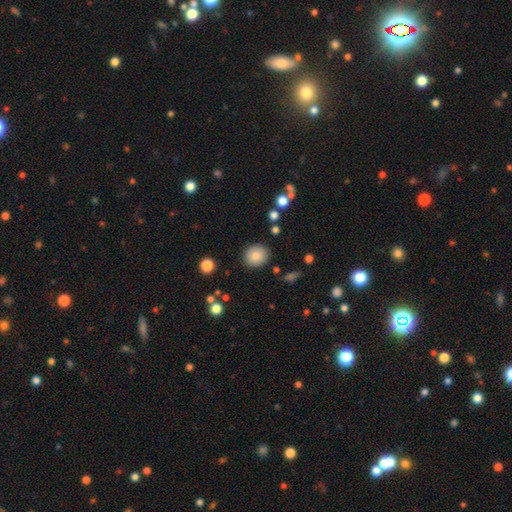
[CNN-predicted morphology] A smooth galaxy with no disk features (86%) that is round (75%). Merging: none (87%).